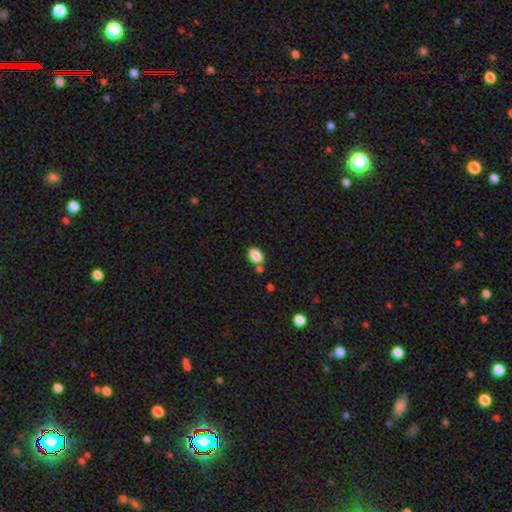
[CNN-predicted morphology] A smooth galaxy with no disk features (86%) that is in between round and cigar-shaped (88%). Merging: none (67%).